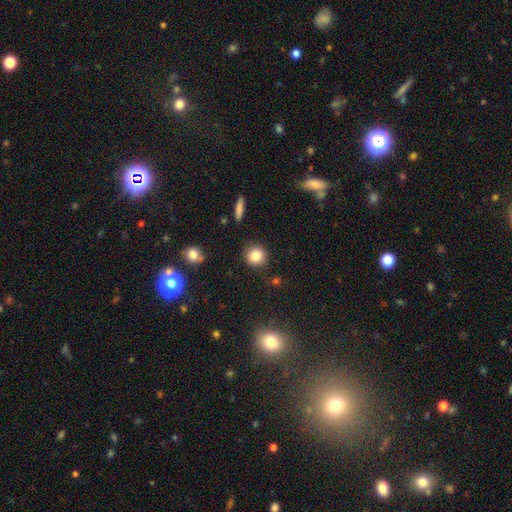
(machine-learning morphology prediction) Smooth or featured? smooth (83%)
How rounded? round (88%)
Merging? none (86%)